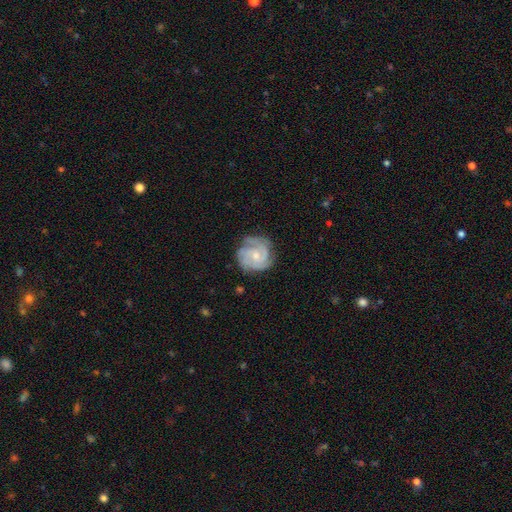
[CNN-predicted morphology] Smooth or featured?
  - featured or disk: 84% *
  - smooth: 11%
  - star or artifact: 5%
Edge-on disk?
  - no: 98% *
  - yes: 2%
Bar?
  - no: 69% *
  - weak: 27%
  - strong: 4%
Spiral arms?
  - yes: 97% *
  - no: 3%
Spiral winding?
  - tight: 66% *
  - medium: 29%
  - loose: 5%
Spiral arm count?
  - 3: 44% *
  - 2: 18%
  - can't tell: 16%
  - 4: 12%
  - 1: 5%
  - more than 4: 5%
Bulge size?
  - small: 51% *
  - moderate: 43%
  - none: 3%
  - large: 2%
  - dominant: 1%
Merging?
  - none: 75% *
  - minor disturbance: 19%
  - major disturbance: 5%
  - merger: 1%